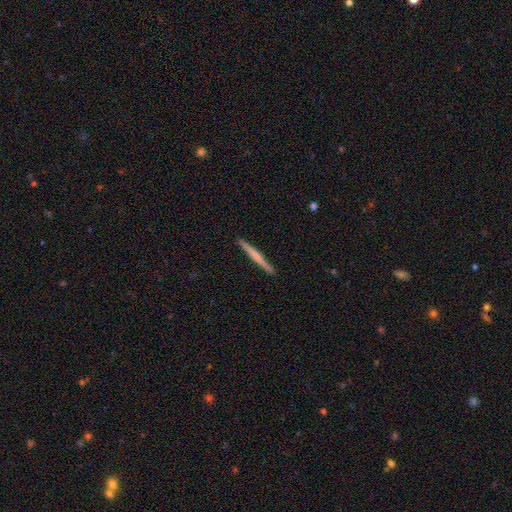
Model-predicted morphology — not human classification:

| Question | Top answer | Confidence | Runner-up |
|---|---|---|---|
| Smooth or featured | smooth | 51% | featured or disk (44%) |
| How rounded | cigar-shaped | 97% | in between (2%) |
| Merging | none | 91% | minor disturbance (6%) |